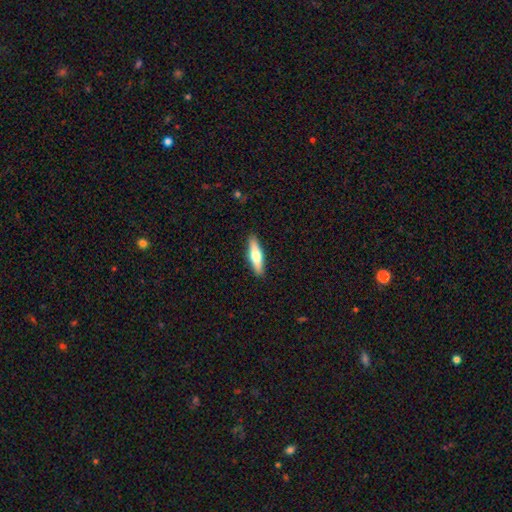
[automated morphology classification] Smooth or featured? smooth (54%)
How rounded? cigar-shaped (68%)
Merging? none (90%)